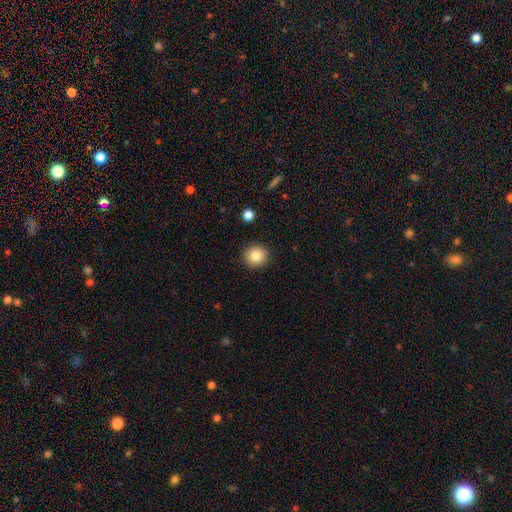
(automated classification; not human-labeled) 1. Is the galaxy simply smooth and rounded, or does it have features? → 85% smooth, 9% star or artifact, 6% featured or disk.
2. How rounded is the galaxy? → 90% round, 9% in between, 1% cigar-shaped.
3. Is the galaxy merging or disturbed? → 91% none, 6% minor disturbance, 2% major disturbance, 1% merger.